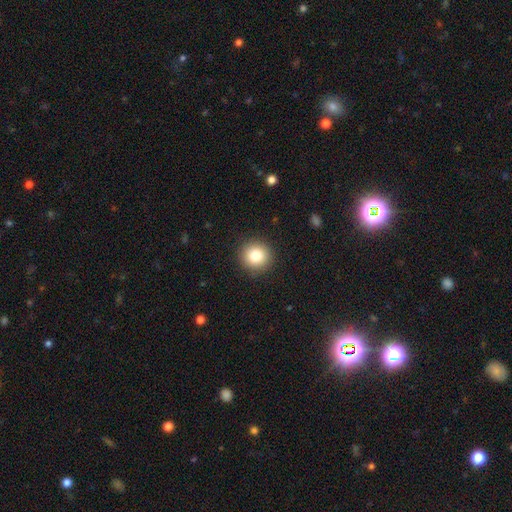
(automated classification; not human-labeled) This is clearly a smooth galaxy (81%). How rounded: clearly round (93%). Merging: clearly none (91%).